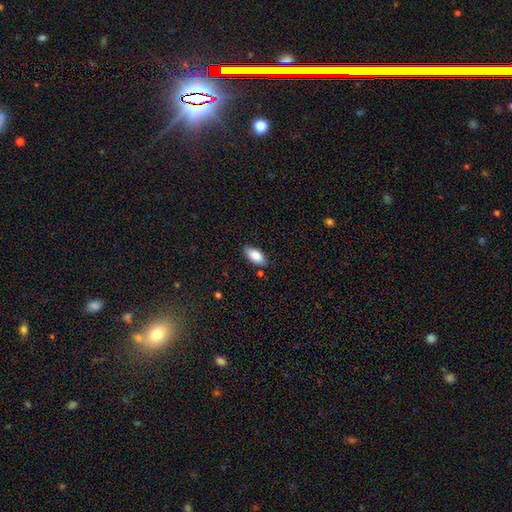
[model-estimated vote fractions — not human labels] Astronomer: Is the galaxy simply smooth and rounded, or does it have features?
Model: smooth — 86%.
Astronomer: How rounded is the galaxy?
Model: in between — 91%.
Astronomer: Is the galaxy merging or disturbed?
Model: none — 81%.